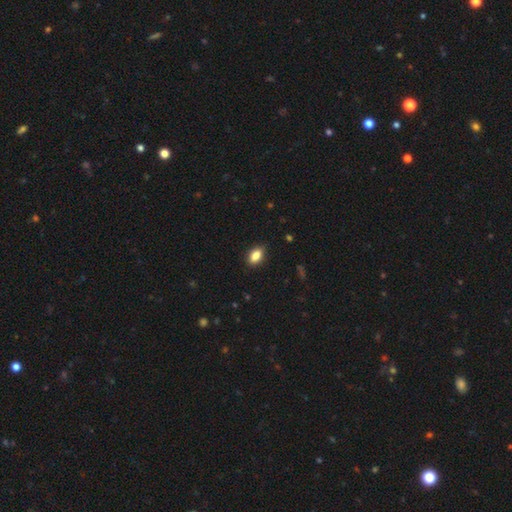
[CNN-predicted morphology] A smooth galaxy with no disk features (86%) that is in between round and cigar-shaped (89%). Merging: none (85%).